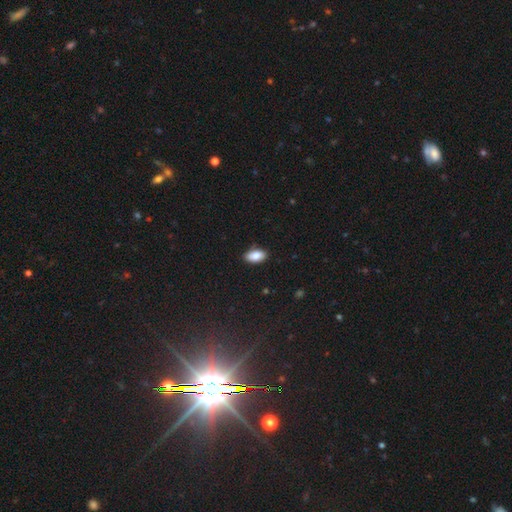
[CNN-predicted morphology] smooth 85%, featured or disk 8%, star or artifact 7%. Down the decision tree: how rounded — in between (93%); merging — none (86%).